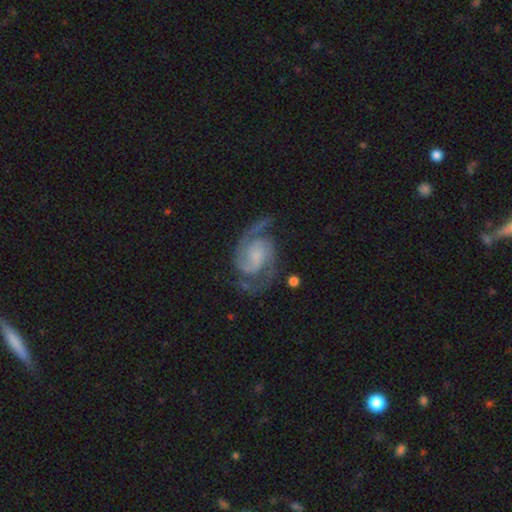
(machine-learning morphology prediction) Smooth or featured?
  - featured or disk: 90% *
  - star or artifact: 5%
  - smooth: 5%
Edge-on disk?
  - no: 98% *
  - yes: 2%
Bar?
  - no: 55% *
  - weak: 36%
  - strong: 9%
Spiral arms?
  - yes: 98% *
  - no: 2%
Spiral winding?
  - medium: 55% *
  - tight: 32%
  - loose: 13%
Spiral arm count?
  - 2: 89% *
  - 3: 4%
  - can't tell: 3%
  - 1: 2%
  - 4: 1%
  - more than 4: 1%
Bulge size?
  - small: 56% *
  - none: 22%
  - moderate: 17%
  - large: 3%
  - dominant: 1%
Merging?
  - none: 72% *
  - minor disturbance: 17%
  - major disturbance: 9%
  - merger: 2%